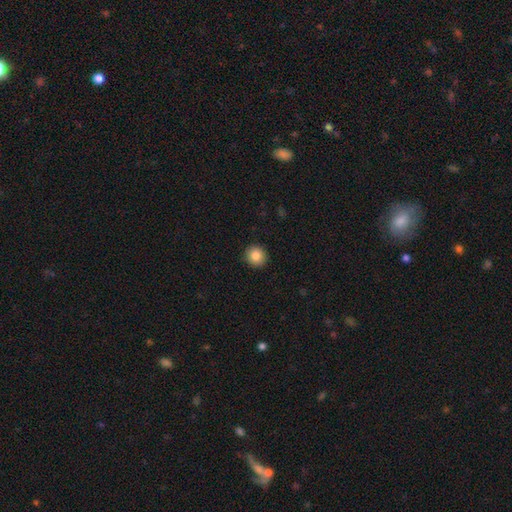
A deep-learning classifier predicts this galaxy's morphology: Smooth or featured: smooth — 86% (star or artifact — 9%)
How rounded: round — 92% (in between — 7%)
Merging: none — 92% (minor disturbance — 6%)